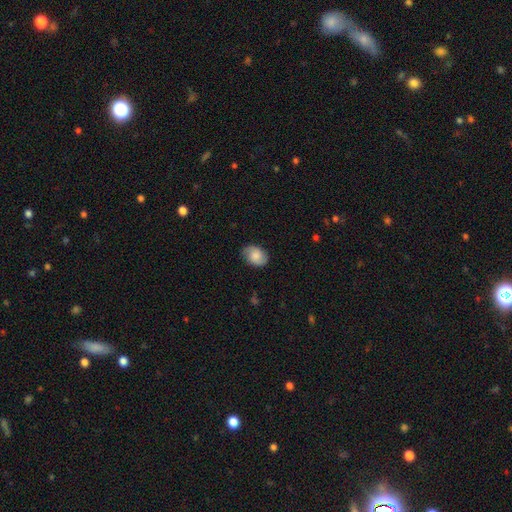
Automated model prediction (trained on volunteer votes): A smooth galaxy with no disk features (64%) that is in between round and cigar-shaped (71%). Merging: none (79%).